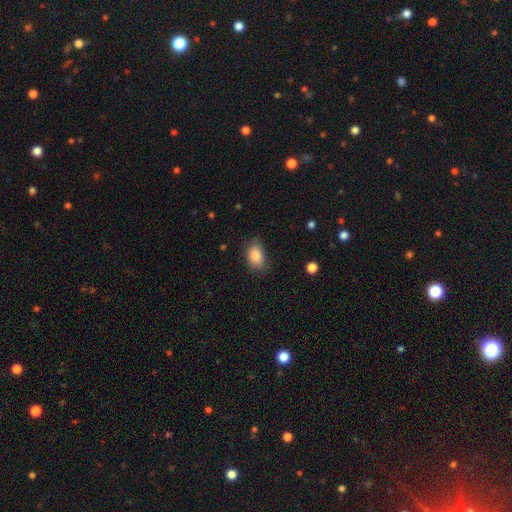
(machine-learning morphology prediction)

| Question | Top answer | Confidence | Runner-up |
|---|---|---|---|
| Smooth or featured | smooth | 87% | star or artifact (8%) |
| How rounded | in between | 87% | round (11%) |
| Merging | none | 75% | minor disturbance (19%) |